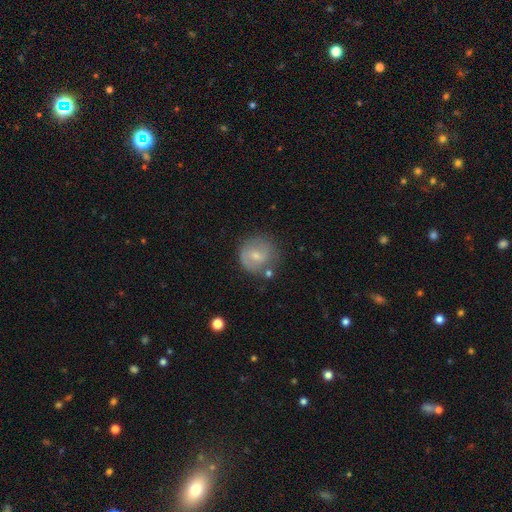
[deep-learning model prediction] This is possibly a smooth galaxy (53%). How rounded: clearly round (89%). Merging: likely none (70%).